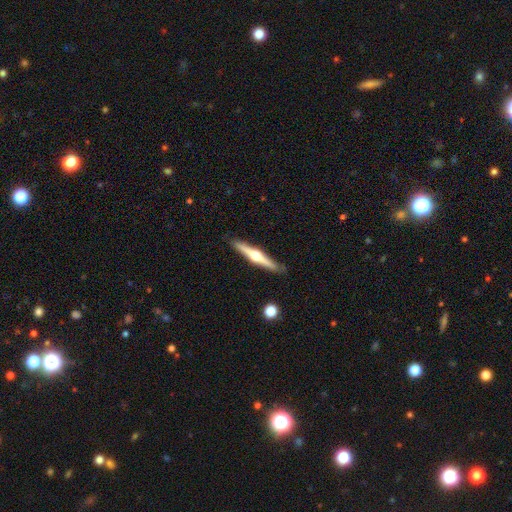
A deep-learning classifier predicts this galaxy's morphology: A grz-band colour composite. It shows a featured or disk galaxy (72%) viewed edge-on (98%) with a rounded central bulge (94%). Merging: none (88%).